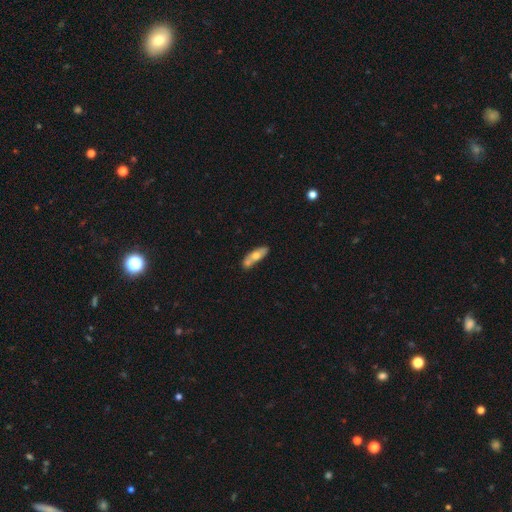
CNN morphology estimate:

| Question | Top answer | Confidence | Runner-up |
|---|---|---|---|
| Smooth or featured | smooth | 60% | featured or disk (34%) |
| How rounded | in between | 56% | cigar-shaped (41%) |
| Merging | none | 49% | merger (31%) |